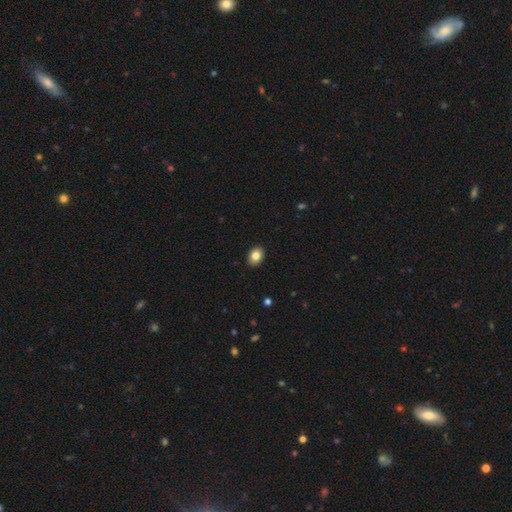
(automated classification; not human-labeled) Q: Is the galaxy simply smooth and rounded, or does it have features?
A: smooth — 83%.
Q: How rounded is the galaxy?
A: in between — 71%.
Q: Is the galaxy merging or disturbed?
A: none — 91%.